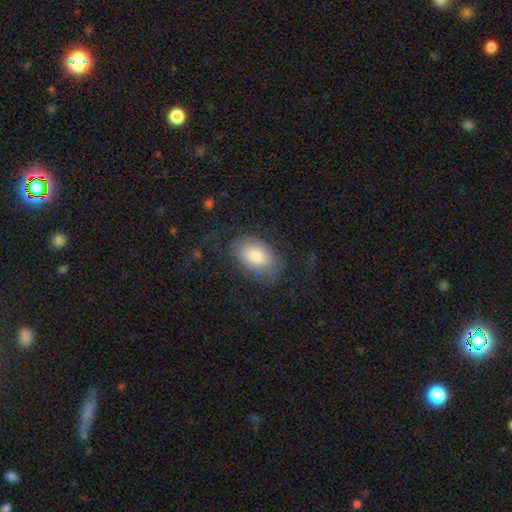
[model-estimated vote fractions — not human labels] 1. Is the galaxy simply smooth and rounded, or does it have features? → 58% smooth, 34% featured or disk, 8% star or artifact.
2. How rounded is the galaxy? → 88% in between, 10% round, 1% cigar-shaped.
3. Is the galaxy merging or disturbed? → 56% none, 22% major disturbance, 20% minor disturbance, 1% merger.